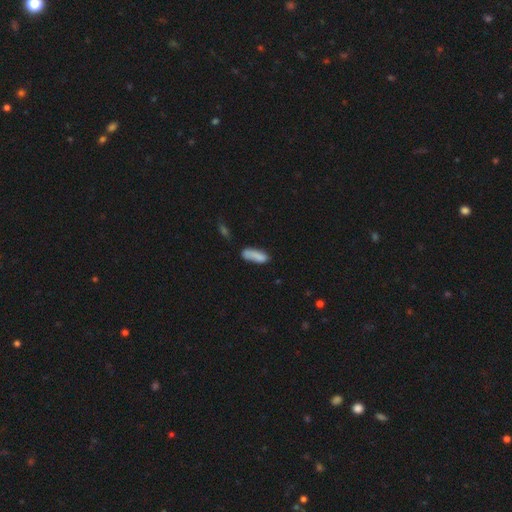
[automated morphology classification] Smooth or featured? smooth (83%)
How rounded? in between (57%)
Merging? none (59%)